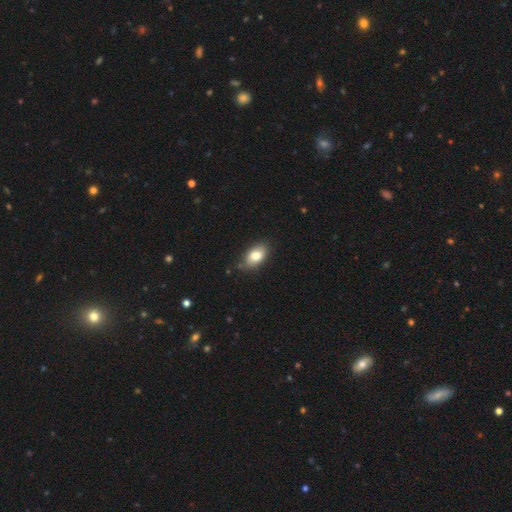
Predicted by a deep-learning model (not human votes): smooth 80%, featured or disk 13%, star or artifact 8%. Down the decision tree: how rounded — in between (89%); merging — none (76%).